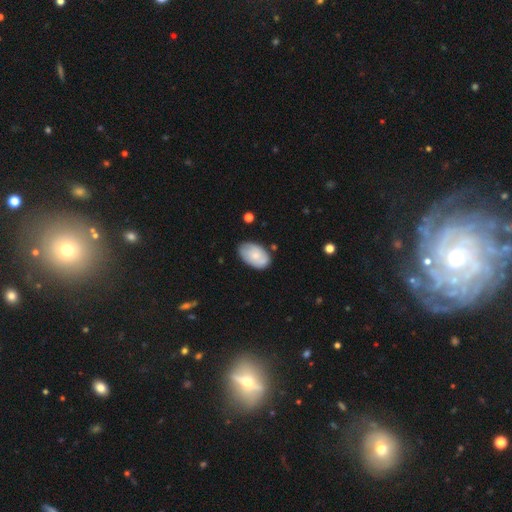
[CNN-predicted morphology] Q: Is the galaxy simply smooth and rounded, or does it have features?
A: smooth — 71%.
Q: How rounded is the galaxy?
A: in between — 92%.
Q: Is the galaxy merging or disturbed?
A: none — 72%.